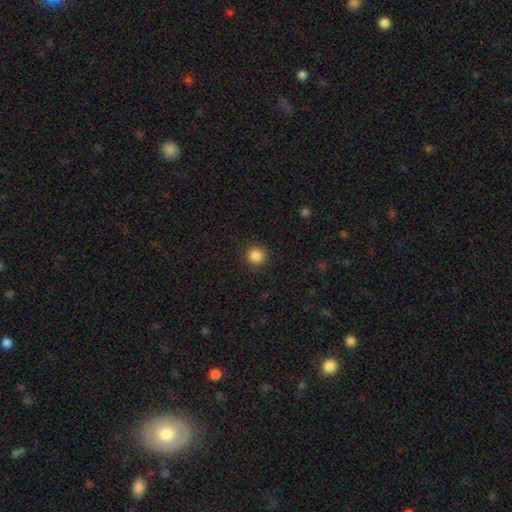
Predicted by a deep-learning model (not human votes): A smooth galaxy with no disk features (86%) that is round (94%).

Vote fractions:
- Smooth or featured? smooth: 86% / star or artifact: 10% / featured or disk: 3%
- How rounded? round: 94% / in between: 5% / cigar-shaped: 1%
- Merging? none: 91% / minor disturbance: 6% / major disturbance: 2% / merger: 1%